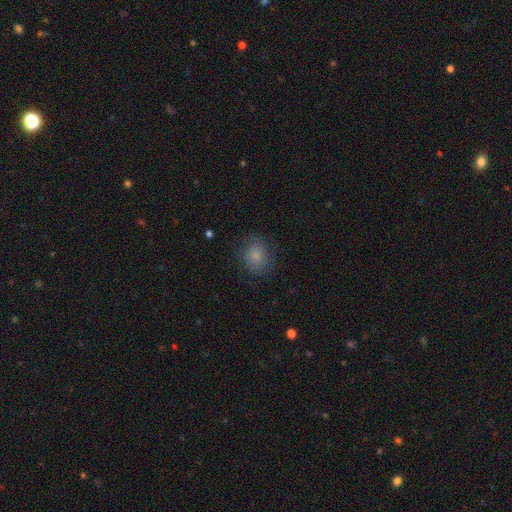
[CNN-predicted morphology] The model was most divided on "how rounded": round: 62%, in between: 37%, cigar-shaped: 1%. More confident: smooth or featured — smooth (81%); merging — none (76%).